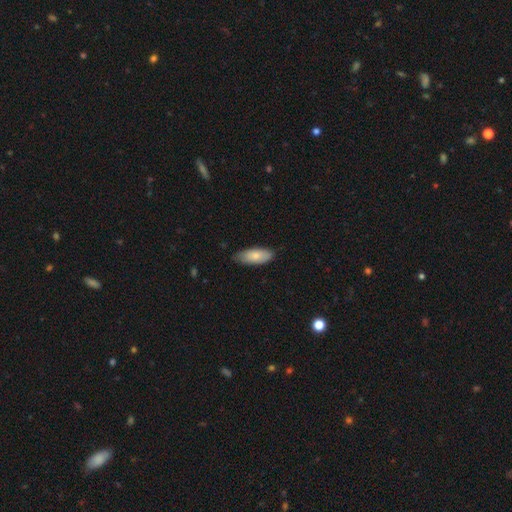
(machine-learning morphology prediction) Smooth or featured: smooth — 79% (featured or disk — 15%)
How rounded: in between — 82% (cigar-shaped — 16%)
Merging: none — 75% (minor disturbance — 22%)